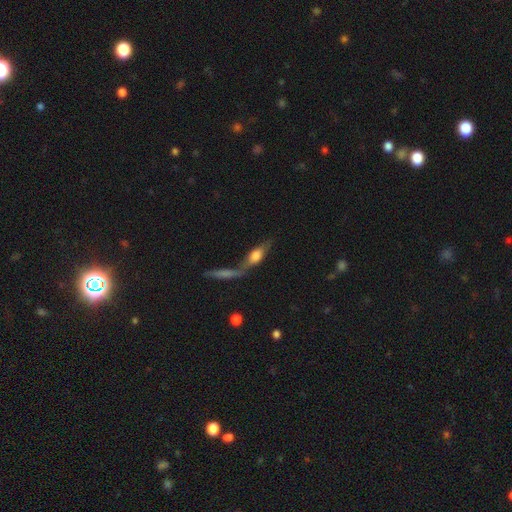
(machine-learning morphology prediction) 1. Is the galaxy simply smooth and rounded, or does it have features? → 47% smooth, 44% featured or disk, 8% star or artifact.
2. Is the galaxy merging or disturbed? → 46% merger, 35% none, 11% minor disturbance, 7% major disturbance.